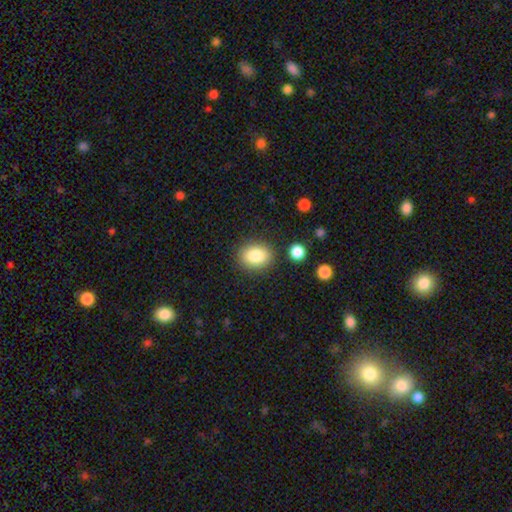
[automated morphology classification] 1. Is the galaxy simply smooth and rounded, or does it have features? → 85% smooth, 9% star or artifact, 7% featured or disk.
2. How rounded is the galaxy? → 57% in between, 42% round, 1% cigar-shaped.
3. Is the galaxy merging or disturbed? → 84% none, 10% minor disturbance, 3% merger, 3% major disturbance.